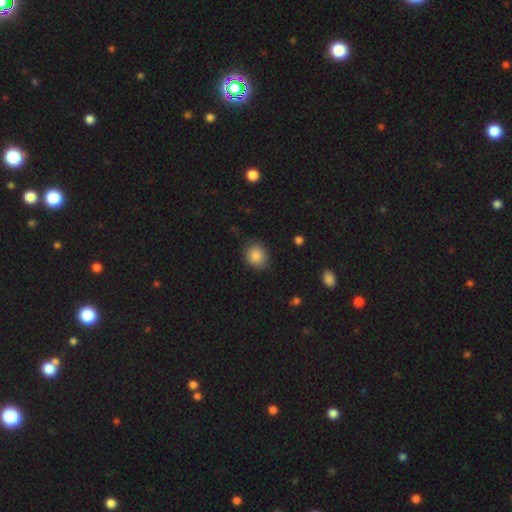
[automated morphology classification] smooth 86%, star or artifact 8%, featured or disk 6%. Down the decision tree: how rounded — round (62%); merging — none (78%).